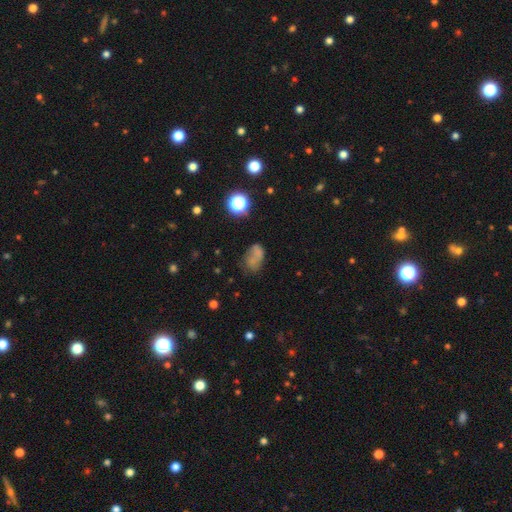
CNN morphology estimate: type=smooth (60%); roundness=in between (76%); merging=none (39%).